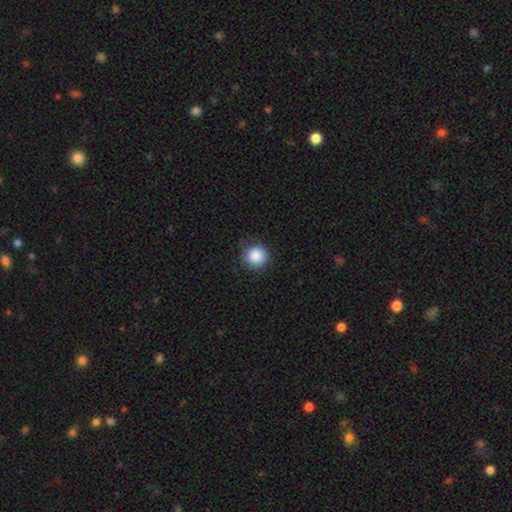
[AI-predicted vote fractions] Smooth or featured: smooth — 87% (star or artifact — 9%)
How rounded: round — 95% (in between — 4%)
Merging: none — 85% (minor disturbance — 11%)